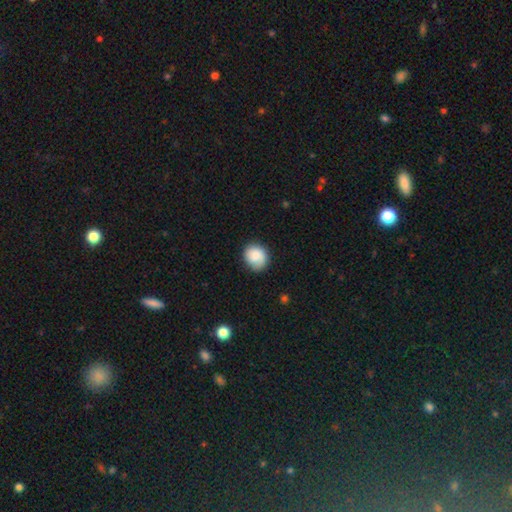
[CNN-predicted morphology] Q: Smooth or featured?
A: smooth (78%); runner-up: featured or disk (14%)
Q: How rounded?
A: round (74%); runner-up: in between (25%)
Q: Merging?
A: none (76%); runner-up: minor disturbance (18%)